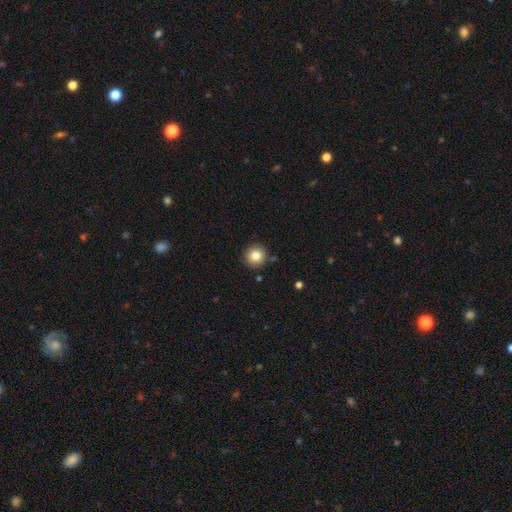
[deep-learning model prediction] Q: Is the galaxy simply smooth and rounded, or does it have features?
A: smooth — 83%.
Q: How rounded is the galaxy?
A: round — 95%.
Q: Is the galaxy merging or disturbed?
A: none — 90%.